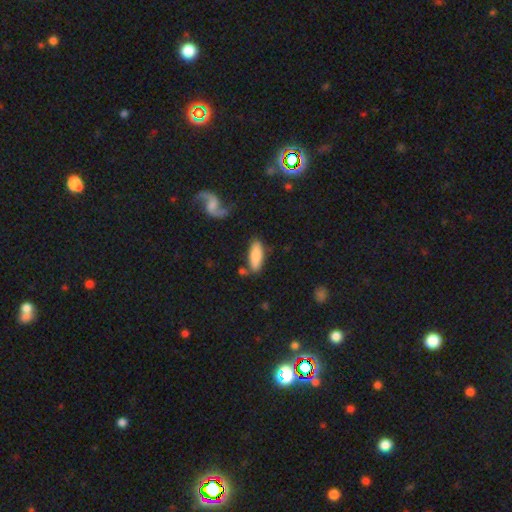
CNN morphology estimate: Smooth or featured? smooth (79%)
How rounded? in between (63%)
Merging? none (75%)